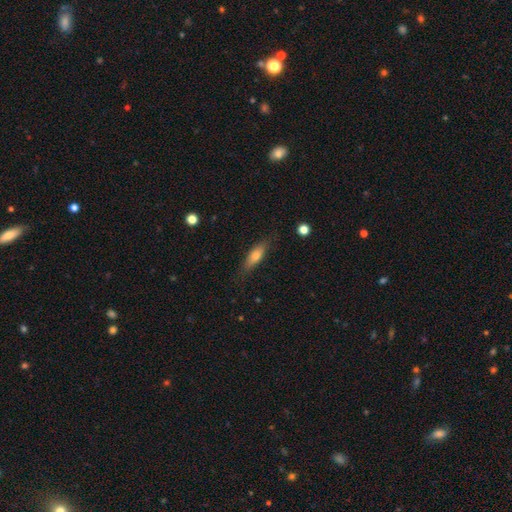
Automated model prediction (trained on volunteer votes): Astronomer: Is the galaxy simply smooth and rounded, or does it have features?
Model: smooth — 65%.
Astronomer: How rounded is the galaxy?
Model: cigar-shaped — 54% (runner-up: in between, 43%).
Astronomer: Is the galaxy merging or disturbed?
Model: none — 79%.